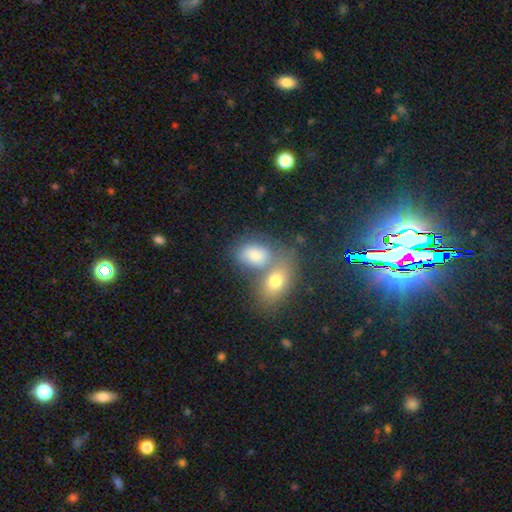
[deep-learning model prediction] smooth_or_featured: smooth (p=0.69) [alt: star or artifact p=0.15]
how_rounded: in between (p=0.81) [alt: round p=0.17]
merging: merger (p=0.48) [alt: none p=0.37]